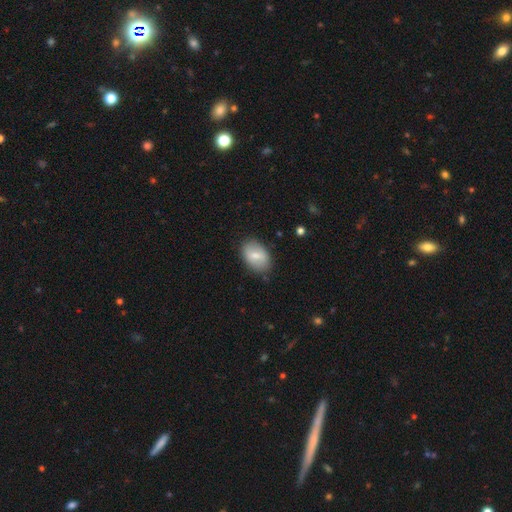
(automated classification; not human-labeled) smooth-or-featured: smooth: 66% | featured or disk: 27% | star or artifact: 7%
  how-rounded: in between: 87% | round: 11% | cigar-shaped: 2%
  merging: none: 81% | minor disturbance: 14% | major disturbance: 3% | merger: 1%